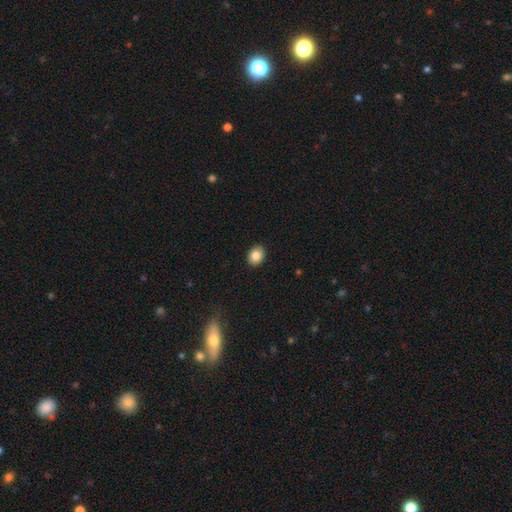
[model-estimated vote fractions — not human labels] The model was most divided on "how rounded": in between: 58%, round: 41%, cigar-shaped: 1%. More confident: merging — none (91%); smooth or featured — smooth (85%).